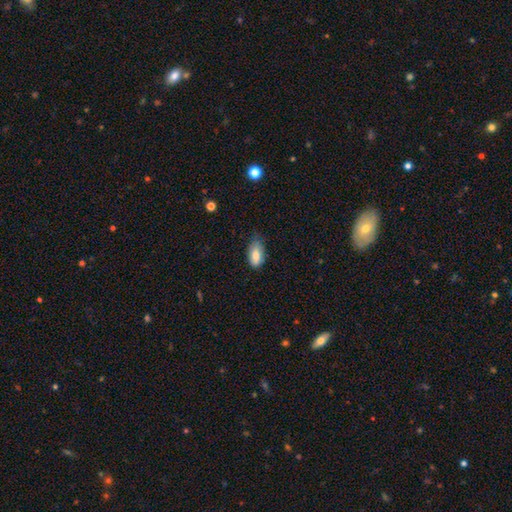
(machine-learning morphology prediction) A smooth galaxy with no disk features (80%) that is in between round and cigar-shaped (90%). Merging: none (52%).